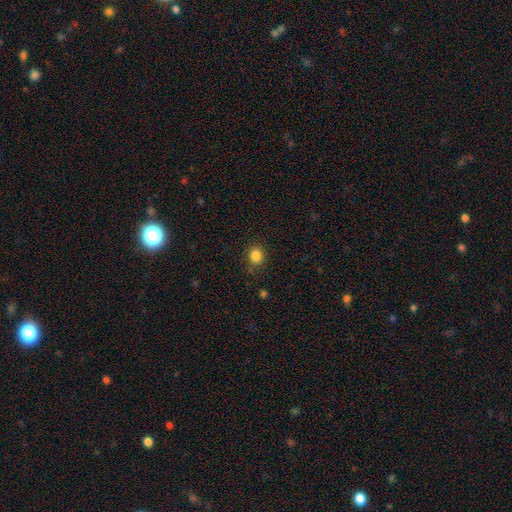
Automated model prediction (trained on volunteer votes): smooth_or_featured: smooth (p=0.84) [alt: star or artifact p=0.11]
how_rounded: round (p=0.76) [alt: in between p=0.23]
merging: none (p=0.85) [alt: minor disturbance p=0.11]